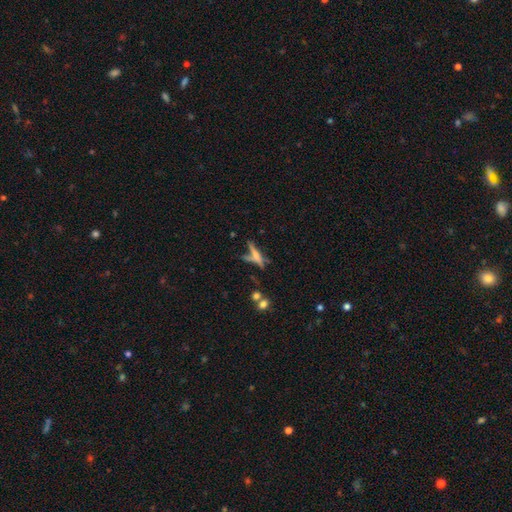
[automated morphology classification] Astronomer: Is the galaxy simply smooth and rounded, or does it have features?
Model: featured or disk — 50% (runner-up: smooth, 37%).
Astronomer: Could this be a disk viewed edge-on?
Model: yes — 86%.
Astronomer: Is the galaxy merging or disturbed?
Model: none — 52%.